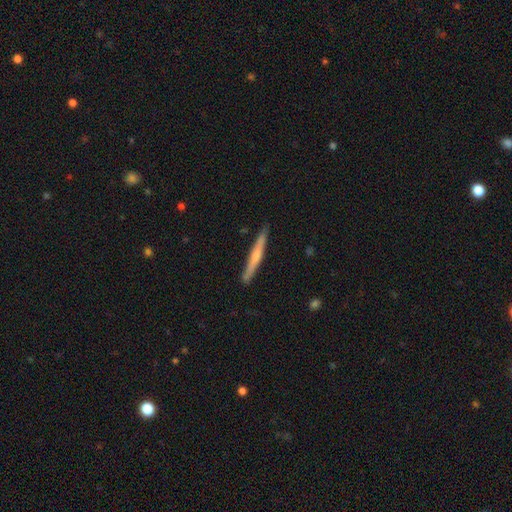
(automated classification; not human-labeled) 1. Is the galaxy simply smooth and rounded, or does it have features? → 50% featured or disk, 44% smooth, 5% star or artifact.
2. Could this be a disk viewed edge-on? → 97% yes, 3% no.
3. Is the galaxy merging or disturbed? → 89% none, 8% minor disturbance, 1% major disturbance, 1% merger.